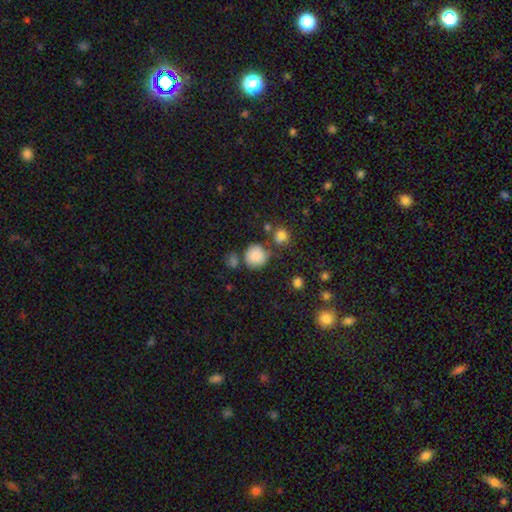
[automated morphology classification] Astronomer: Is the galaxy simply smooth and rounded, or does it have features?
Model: smooth — 83%.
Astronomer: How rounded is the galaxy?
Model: round — 90%.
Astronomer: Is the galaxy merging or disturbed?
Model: none — 67%.